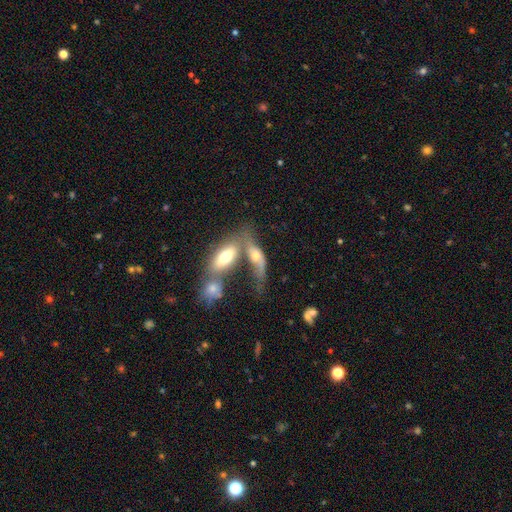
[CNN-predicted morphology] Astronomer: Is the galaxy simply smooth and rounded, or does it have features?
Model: smooth — 51% (runner-up: featured or disk, 40%).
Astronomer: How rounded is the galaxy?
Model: in between — 66%.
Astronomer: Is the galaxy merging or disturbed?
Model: merger — 55%.